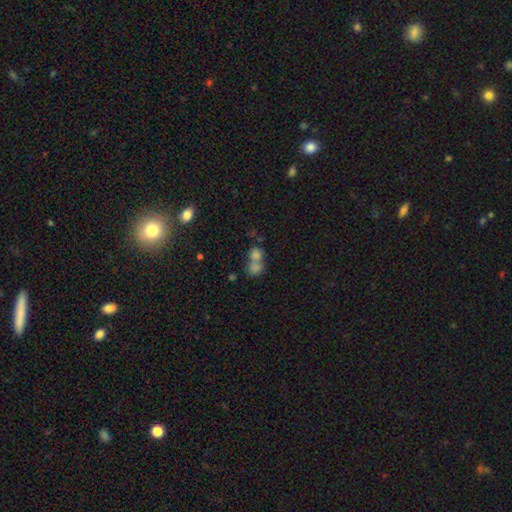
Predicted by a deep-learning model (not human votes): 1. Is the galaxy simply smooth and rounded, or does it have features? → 71% smooth, 15% star or artifact, 14% featured or disk.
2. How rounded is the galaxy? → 64% round, 35% in between, 2% cigar-shaped.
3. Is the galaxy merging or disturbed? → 65% merger, 25% none, 6% minor disturbance, 4% major disturbance.